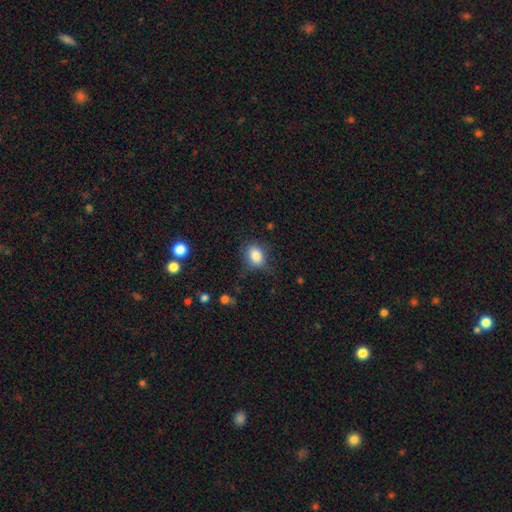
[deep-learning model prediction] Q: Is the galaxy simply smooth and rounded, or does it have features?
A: smooth — 83%.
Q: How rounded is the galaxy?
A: in between — 66%.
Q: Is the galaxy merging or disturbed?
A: none — 68%.